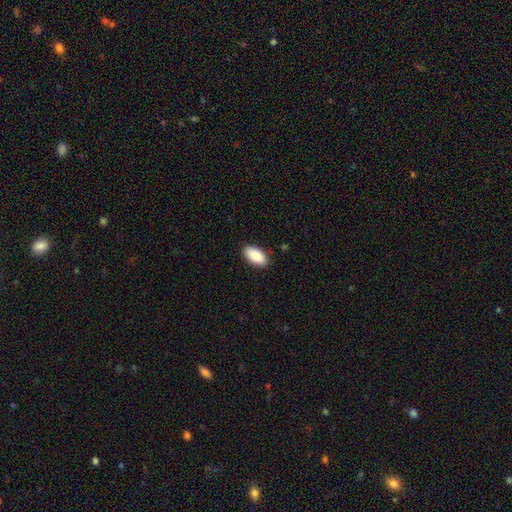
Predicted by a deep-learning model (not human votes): Smooth or featured: smooth — 88% (star or artifact — 6%)
How rounded: in between — 93% (cigar-shaped — 4%)
Merging: none — 88% (minor disturbance — 9%)